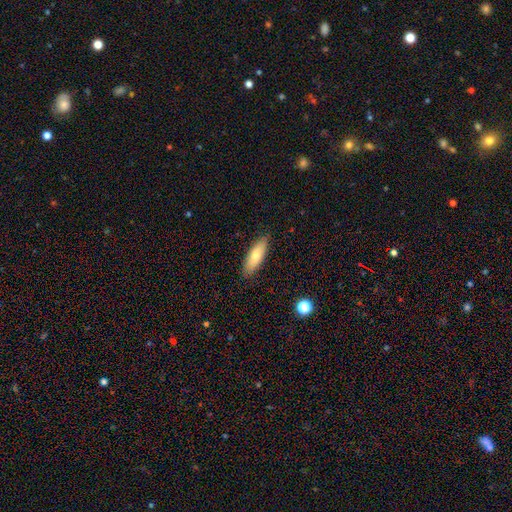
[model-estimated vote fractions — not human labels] Smooth or featured: smooth — 74% (featured or disk — 19%)
How rounded: in between — 59% (cigar-shaped — 39%)
Merging: none — 87% (minor disturbance — 10%)